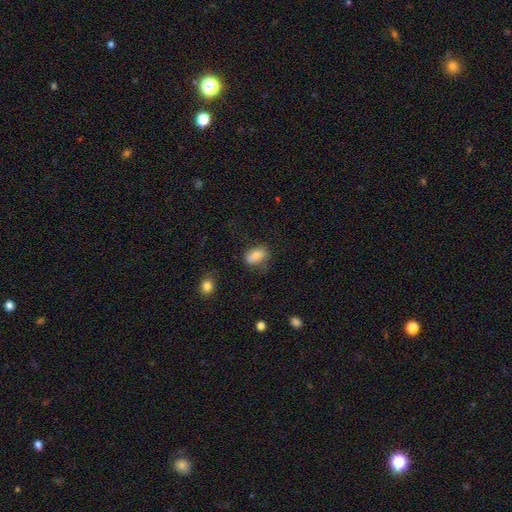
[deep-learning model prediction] This is clearly a smooth galaxy (82%). How rounded: clearly in between (86%). Merging: possibly none (60%).